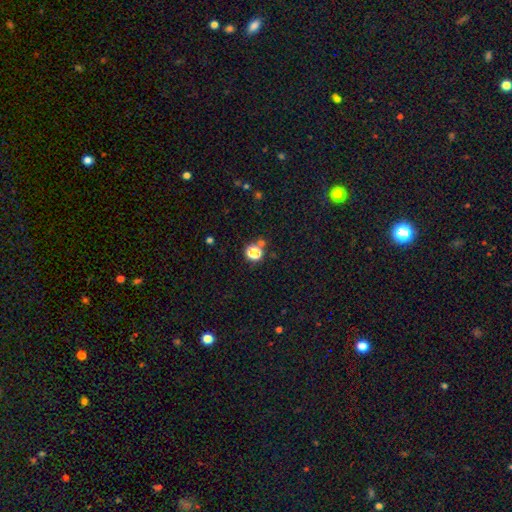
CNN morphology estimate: Smooth or featured? smooth (69%)
How rounded? round (73%)
Merging? none (70%)